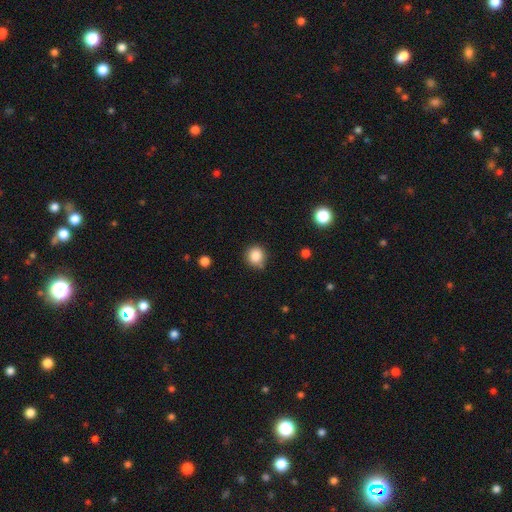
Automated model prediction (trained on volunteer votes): This is clearly a smooth galaxy (85%). How rounded: clearly round (91%). Merging: likely none (78%).